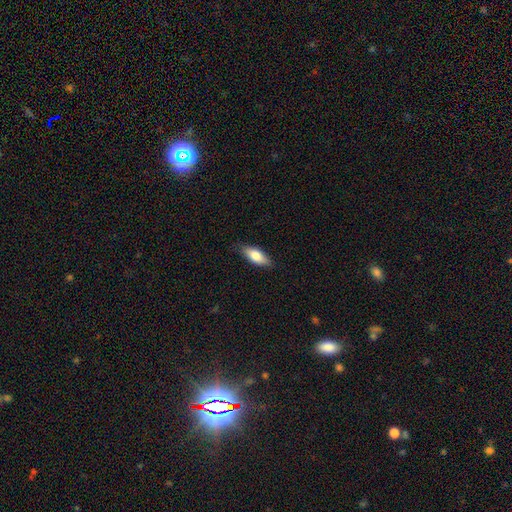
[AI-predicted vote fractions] This appears to be a smooth galaxy with no disk features (78%) that is in between round and cigar-shaped (76%). Merging: none (83%).